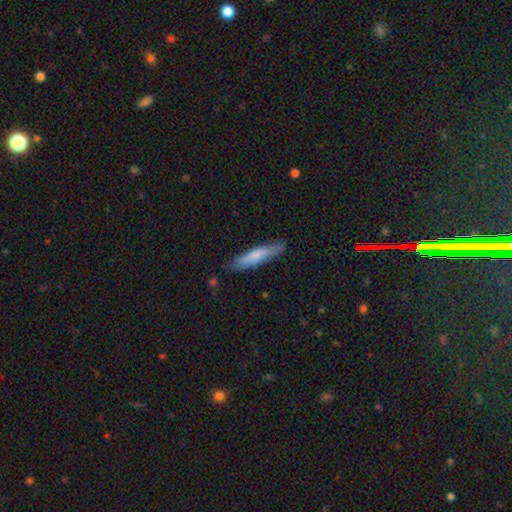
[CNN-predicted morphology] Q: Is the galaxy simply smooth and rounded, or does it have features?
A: smooth — 72%.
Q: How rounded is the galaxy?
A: cigar-shaped — 87%.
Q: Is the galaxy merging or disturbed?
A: none — 82%.